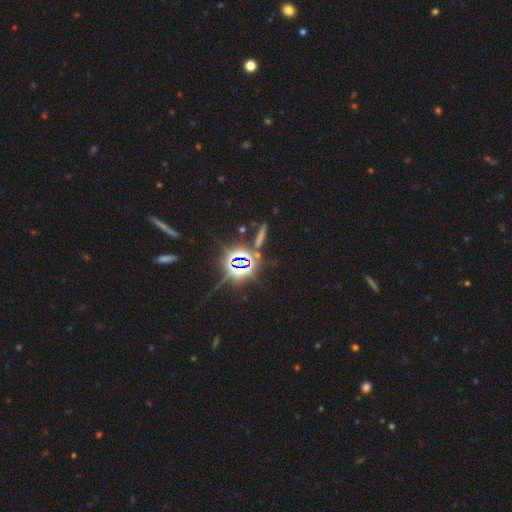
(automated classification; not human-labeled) smooth-or-featured: star or artifact: 80% | smooth: 10% | featured or disk: 9%